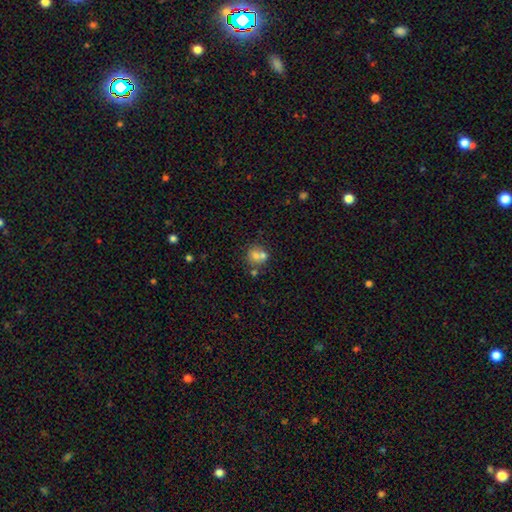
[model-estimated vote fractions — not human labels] smooth_or_featured: smooth (p=0.66) [alt: featured or disk p=0.21]
how_rounded: round (p=0.73) [alt: in between p=0.26]
merging: merger (p=0.48) [alt: none p=0.38]